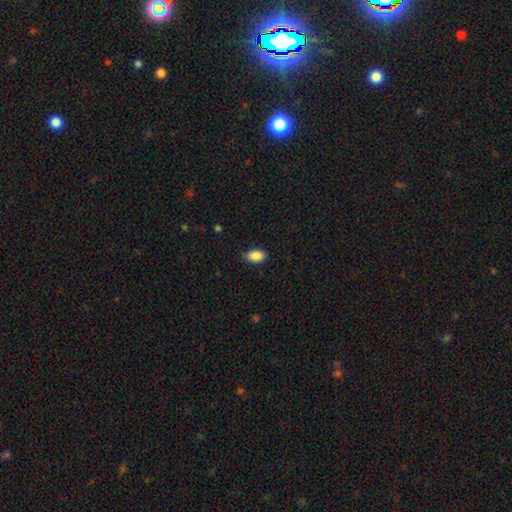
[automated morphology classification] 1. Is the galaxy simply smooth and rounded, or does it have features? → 88% smooth, 8% star or artifact, 4% featured or disk.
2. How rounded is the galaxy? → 91% in between, 8% round, 2% cigar-shaped.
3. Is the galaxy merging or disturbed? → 72% none, 23% minor disturbance, 3% major disturbance, 1% merger.